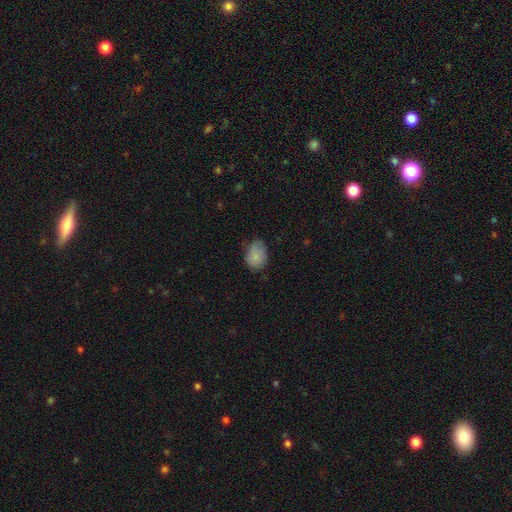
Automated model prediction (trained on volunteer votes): Smooth or featured?
  - smooth: 83% *
  - featured or disk: 9%
  - star or artifact: 8%
How rounded?
  - in between: 76% *
  - round: 23%
  - cigar-shaped: 1%
Merging?
  - none: 62% *
  - minor disturbance: 30%
  - major disturbance: 6%
  - merger: 1%